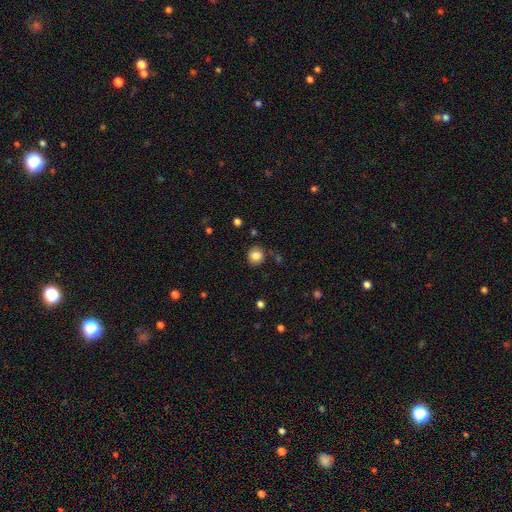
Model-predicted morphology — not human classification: Smooth or featured? Predicted: smooth (p=0.85). How rounded? Predicted: round (p=0.87). Merging? Predicted: none (p=0.83).